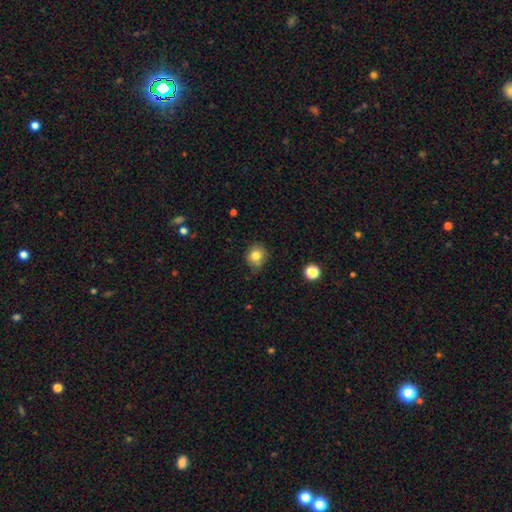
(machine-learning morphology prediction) Smooth or featured: smooth — 81% (star or artifact — 11%)
How rounded: round — 80% (in between — 19%)
Merging: none — 76% (minor disturbance — 18%)